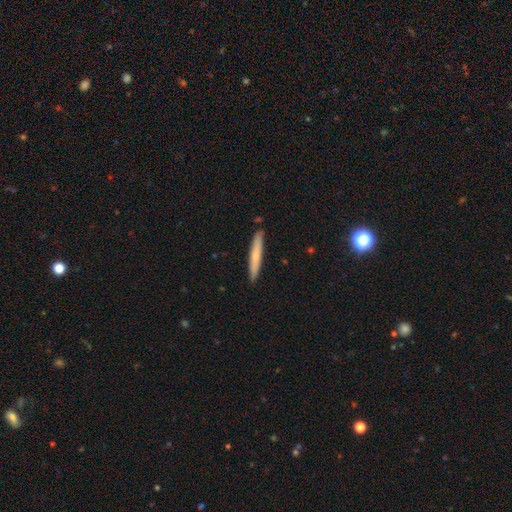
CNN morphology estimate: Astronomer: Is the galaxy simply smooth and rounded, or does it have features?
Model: smooth — 66%.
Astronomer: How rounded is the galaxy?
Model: cigar-shaped — 95%.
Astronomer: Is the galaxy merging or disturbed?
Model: none — 89%.